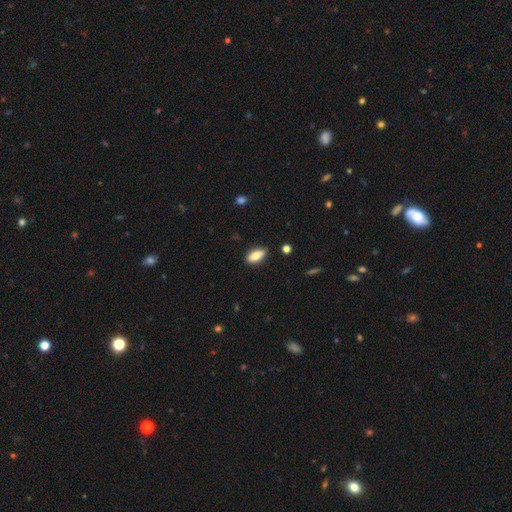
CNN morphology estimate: This appears to be a smooth galaxy with no disk features (74%) that is in between round and cigar-shaped (82%). Merging: none (84%).